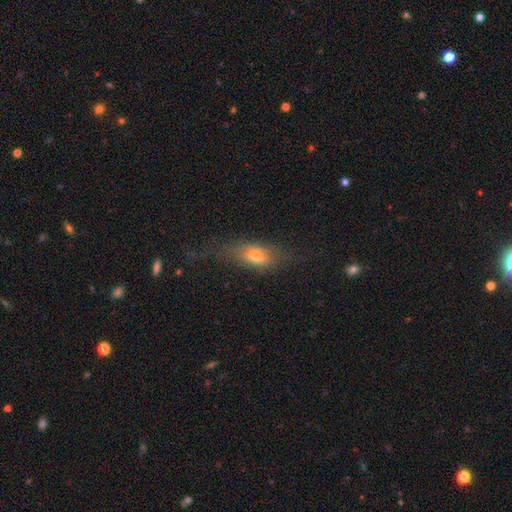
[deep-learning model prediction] Smooth or featured: smooth — 61% (featured or disk — 27%)
How rounded: in between — 69% (cigar-shaped — 23%)
Merging: none — 53% (major disturbance — 22%)